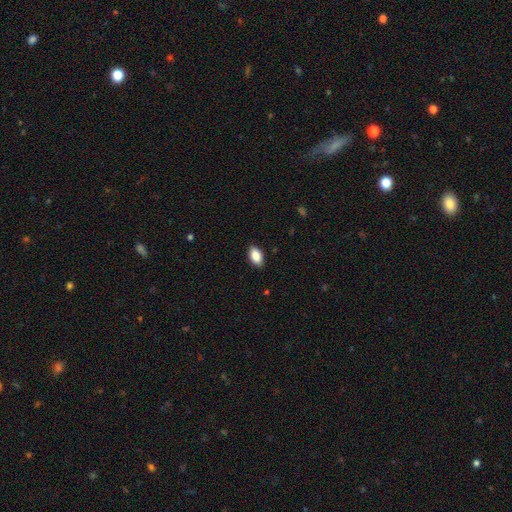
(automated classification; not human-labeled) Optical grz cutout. It shows a smooth galaxy with no disk features (88%) that is in between round and cigar-shaped (92%). Merging: none (89%).